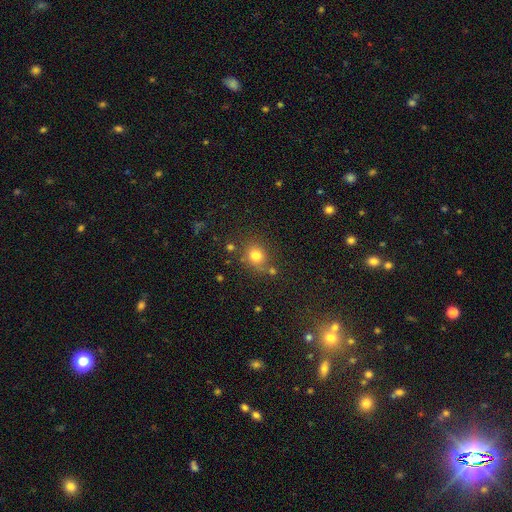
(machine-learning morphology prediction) type=smooth (77%); roundness=round (78%); merging=none (69%).